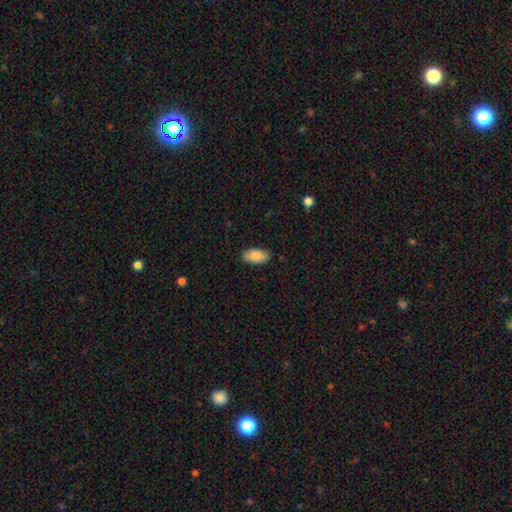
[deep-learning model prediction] Smooth or featured: smooth — 88% (star or artifact — 6%)
How rounded: in between — 95% (cigar-shaped — 3%)
Merging: none — 87% (minor disturbance — 10%)